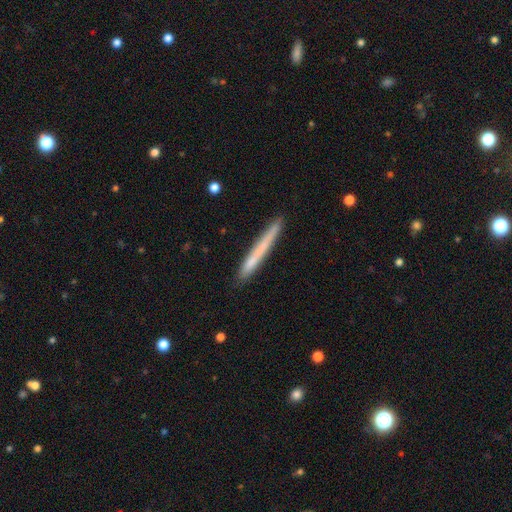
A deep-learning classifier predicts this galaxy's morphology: smooth-or-featured: smooth: 63% | featured or disk: 31% | star or artifact: 7%
  how-rounded: cigar-shaped: 97% | in between: 2% | round: 1%
  merging: none: 89% | minor disturbance: 9% | major disturbance: 1% | merger: 1%